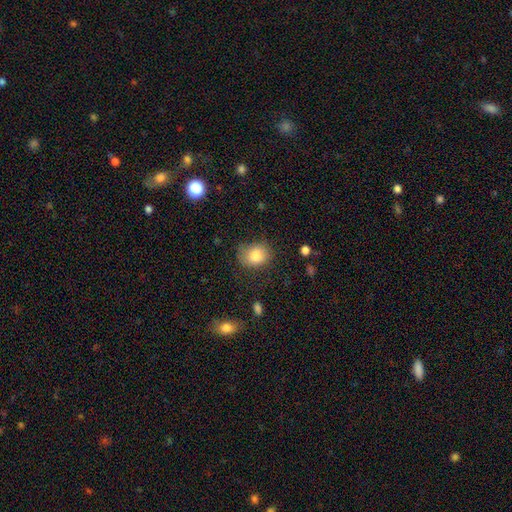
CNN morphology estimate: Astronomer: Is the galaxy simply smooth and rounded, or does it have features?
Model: smooth — 81%.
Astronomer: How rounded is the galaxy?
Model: round — 52% (runner-up: in between, 47%).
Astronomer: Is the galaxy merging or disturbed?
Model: none — 67%.